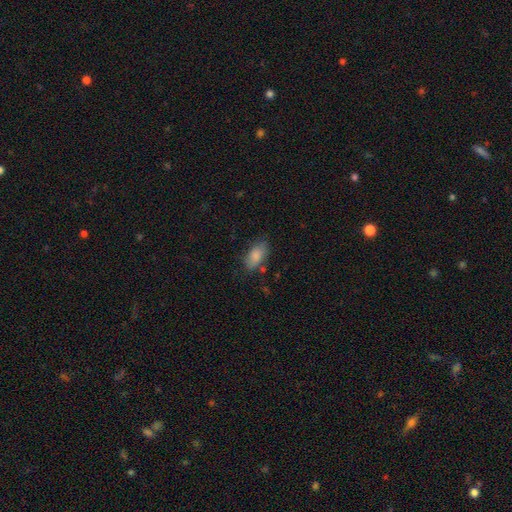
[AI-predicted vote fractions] smooth-or-featured: smooth: 84% | featured or disk: 9% | star or artifact: 7%
  how-rounded: in between: 92% | cigar-shaped: 4% | round: 4%
  merging: none: 72% | minor disturbance: 19% | major disturbance: 5% | merger: 4%